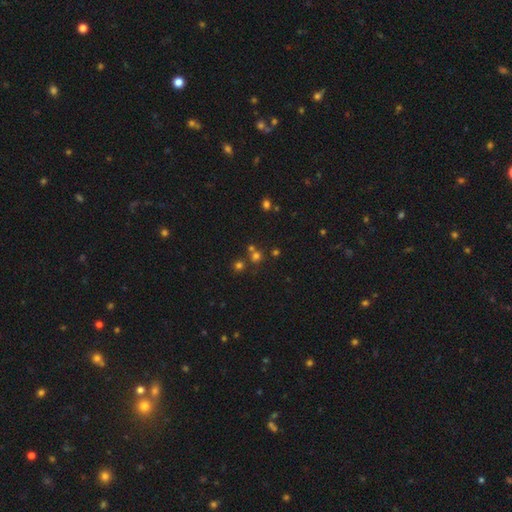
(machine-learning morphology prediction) Q: Smooth or featured?
A: star or artifact (56%); runner-up: smooth (33%)